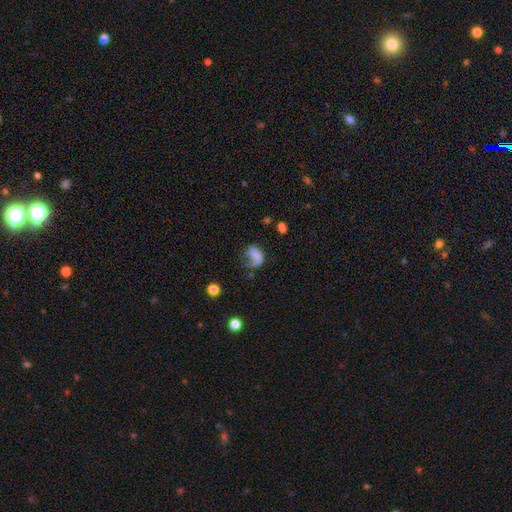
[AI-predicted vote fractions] This is possibly a featured or disk galaxy (46%). Merging: marginally major disturbance (45%).